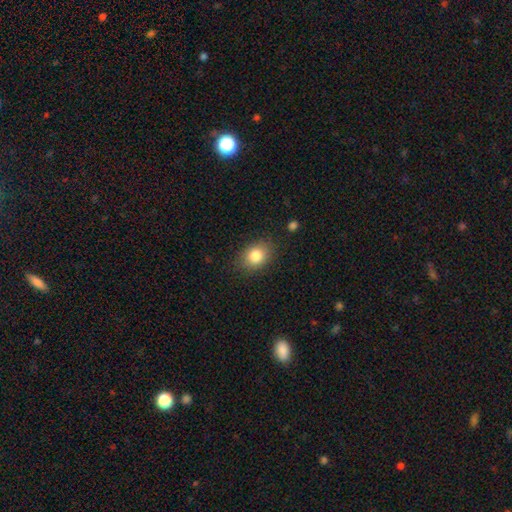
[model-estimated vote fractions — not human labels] Q: Smooth or featured?
A: smooth (82%); runner-up: star or artifact (9%)
Q: How rounded?
A: in between (62%); runner-up: round (37%)
Q: Merging?
A: none (84%); runner-up: minor disturbance (12%)